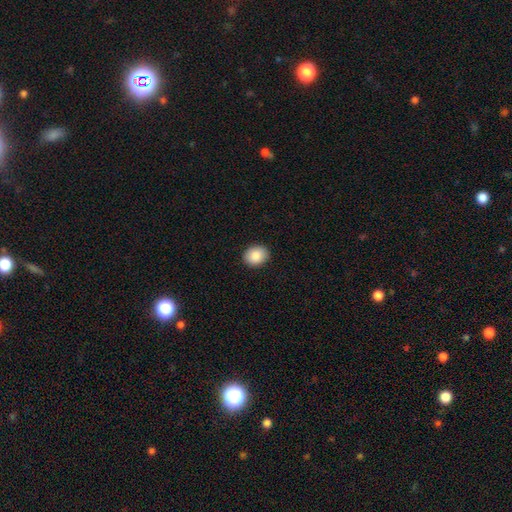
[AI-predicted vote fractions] Smooth or featured? smooth (88%)
How rounded? in between (50%)
Merging? none (91%)